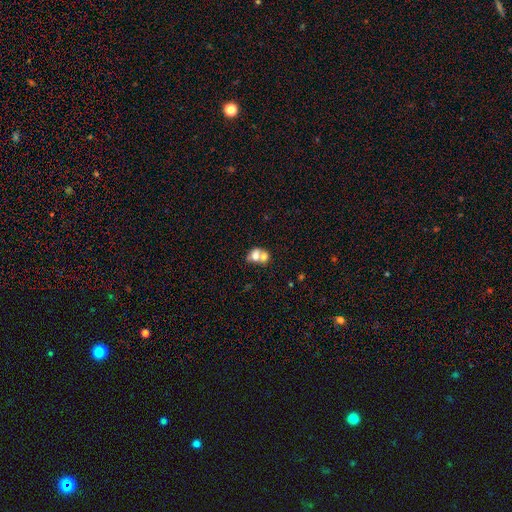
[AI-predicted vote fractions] A smooth galaxy with no disk features (66%) that is in between round and cigar-shaped (56%). Merging: merger (68%).